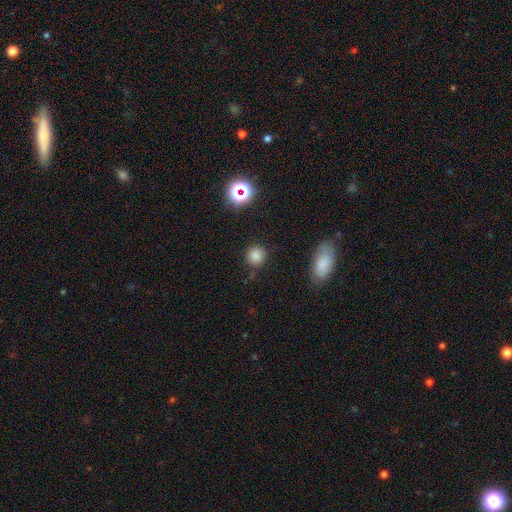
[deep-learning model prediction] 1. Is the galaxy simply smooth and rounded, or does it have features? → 80% smooth, 15% star or artifact, 5% featured or disk.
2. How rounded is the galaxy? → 91% round, 8% in between, 1% cigar-shaped.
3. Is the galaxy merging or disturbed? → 85% none, 9% minor disturbance, 3% major disturbance, 3% merger.